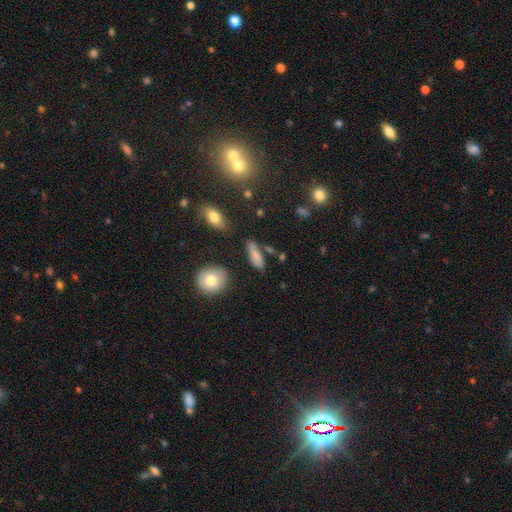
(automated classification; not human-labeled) Smooth or featured? Predicted: smooth (p=0.77). How rounded? Predicted: in between (p=0.60). Merging? Predicted: none (p=0.72).